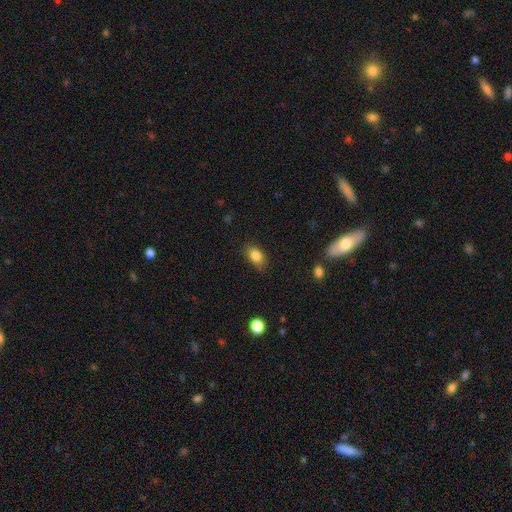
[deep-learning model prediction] Q: Smooth or featured?
A: smooth (84%); runner-up: star or artifact (9%)
Q: How rounded?
A: in between (78%); runner-up: round (20%)
Q: Merging?
A: none (78%); runner-up: minor disturbance (17%)